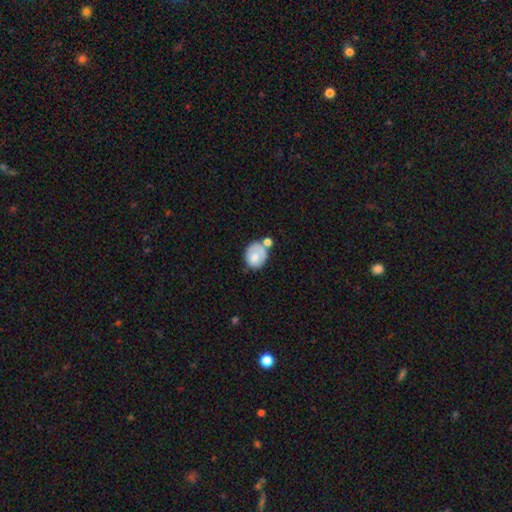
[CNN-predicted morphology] Smooth or featured?
  - smooth: 69% *
  - featured or disk: 23%
  - star or artifact: 7%
How rounded?
  - round: 53% *
  - in between: 46%
  - cigar-shaped: 1%
Merging?
  - none: 43% *
  - merger: 26%
  - minor disturbance: 22%
  - major disturbance: 9%